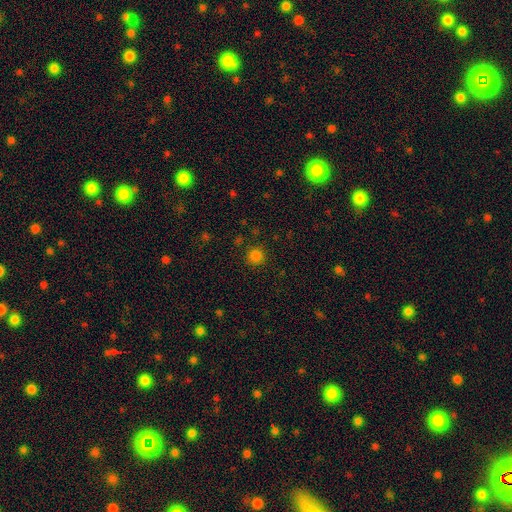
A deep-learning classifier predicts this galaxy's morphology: Overall: smooth (82%). How rounded: round (94%). Merging: none (89%).